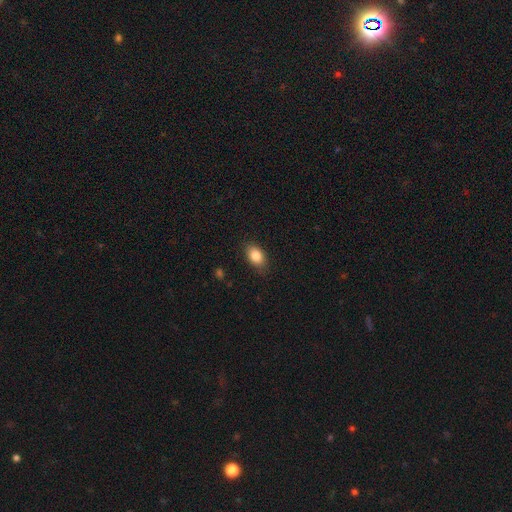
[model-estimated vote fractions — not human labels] The model was most divided on "merging": none: 83%, minor disturbance: 13%, major disturbance: 3%, merger: 1%. More confident: smooth or featured — smooth (86%); how rounded — in between (85%).